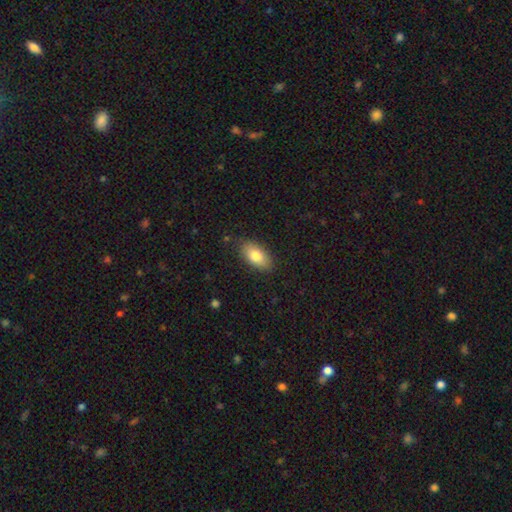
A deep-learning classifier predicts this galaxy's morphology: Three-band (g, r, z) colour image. It shows a smooth galaxy with no disk features (79%) that is in between round and cigar-shaped (91%). Merging: none (84%).